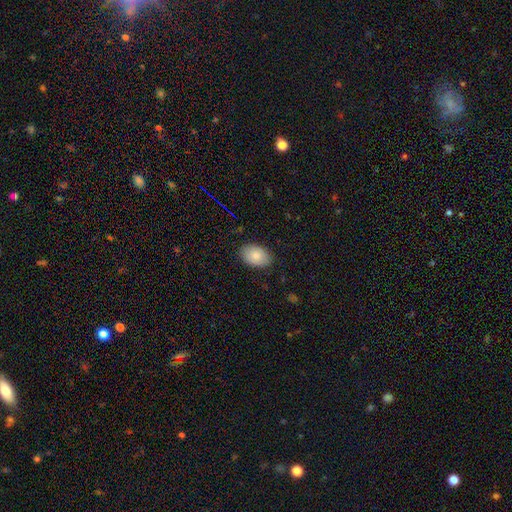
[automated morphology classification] Smooth or featured? smooth (81%)
How rounded? in between (87%)
Merging? none (86%)